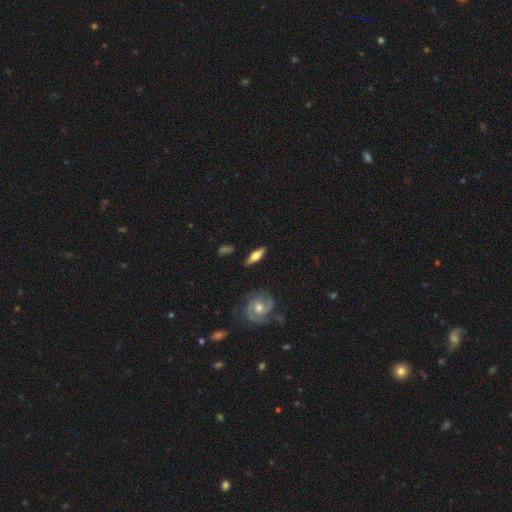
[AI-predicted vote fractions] smooth-or-featured: featured or disk: 55% | smooth: 40% | star or artifact: 5%
  disk-edge-on: yes: 73% | no: 27%
  merging: none: 84% | minor disturbance: 11% | major disturbance: 3% | merger: 2%